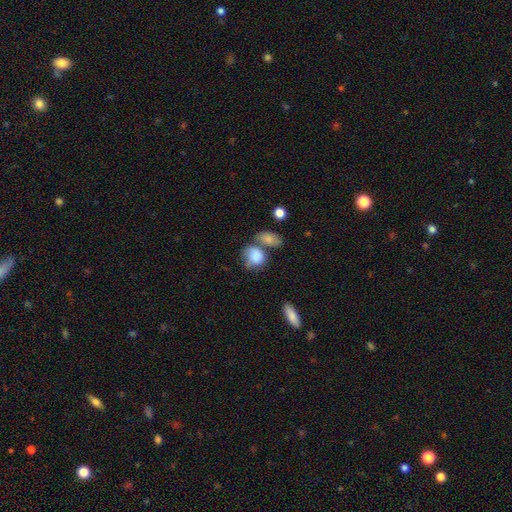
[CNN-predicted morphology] The model was most divided on "how rounded": in between: 50%, round: 49%, cigar-shaped: 2%. Remaining: smooth or featured — smooth (80%); merging — merger (36%).